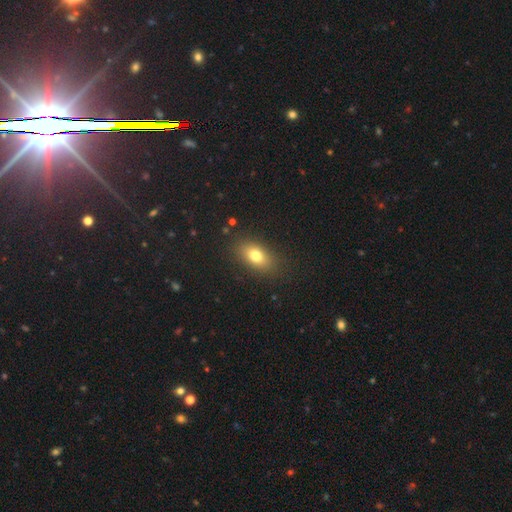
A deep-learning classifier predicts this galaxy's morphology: smooth 76%, featured or disk 13%, star or artifact 11%. Down the decision tree: how rounded — in between (83%); merging — none (84%).